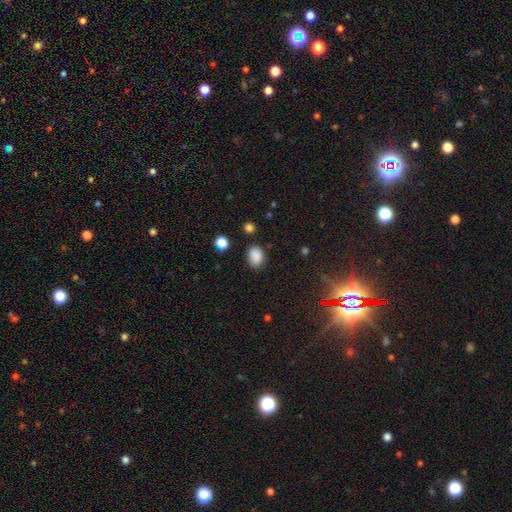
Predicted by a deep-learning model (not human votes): A smooth galaxy with no disk features (86%) that is in between round and cigar-shaped (73%). Merging: none (78%).